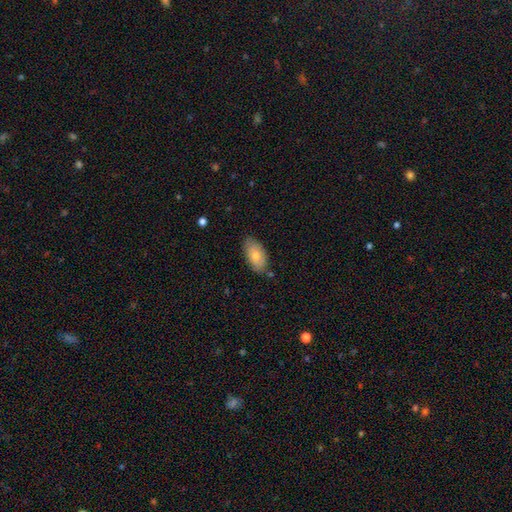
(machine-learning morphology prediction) This is likely a smooth galaxy (76%). How rounded: clearly in between (94%). Merging: likely none (76%).